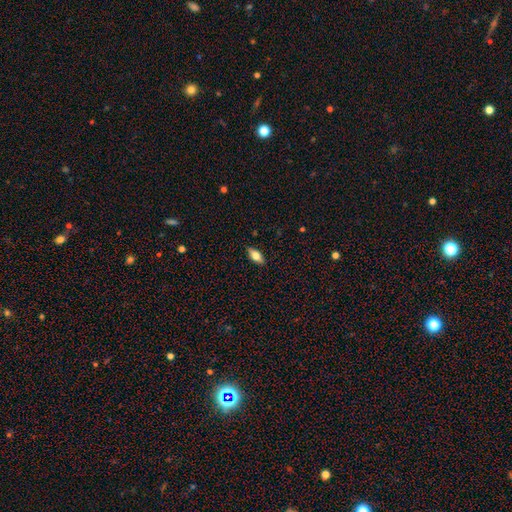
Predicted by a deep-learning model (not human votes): A smooth galaxy with no disk features (67%) that is in between round and cigar-shaped (83%). Merging: none (88%).